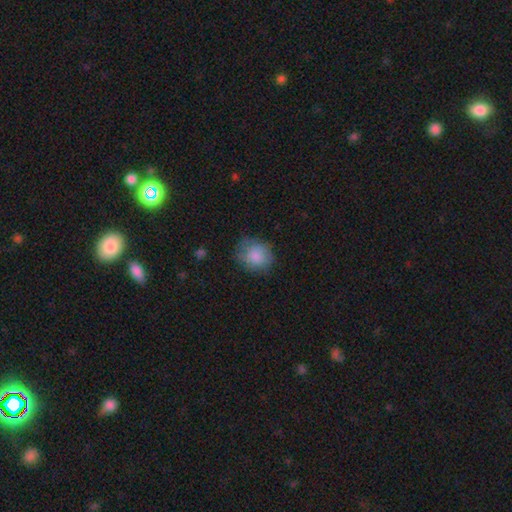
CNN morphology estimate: A smooth galaxy with no disk features (83%) that is round (75%). Merging: none (66%).